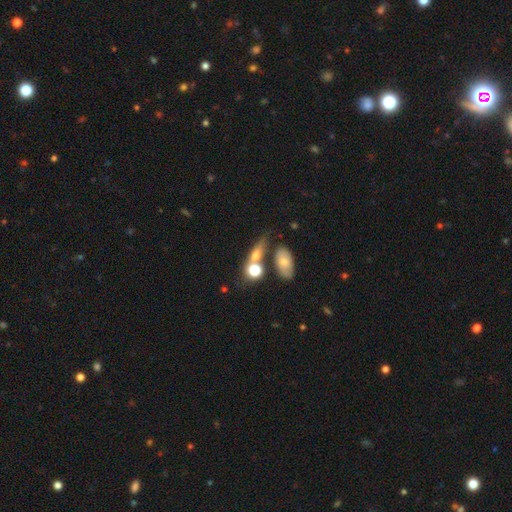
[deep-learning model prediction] The model was most divided on "how rounded": in between: 41%, round: 36%, cigar-shaped: 23%. Remaining: smooth or featured — smooth (61%); merging — none (48%).